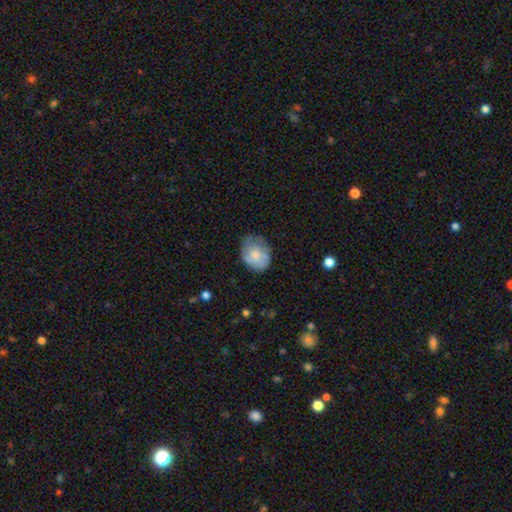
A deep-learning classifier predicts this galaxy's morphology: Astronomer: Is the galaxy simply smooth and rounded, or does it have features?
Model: smooth — 63%.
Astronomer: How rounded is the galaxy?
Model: in between — 55% (runner-up: round, 44%).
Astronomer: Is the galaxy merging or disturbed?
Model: none — 60%.